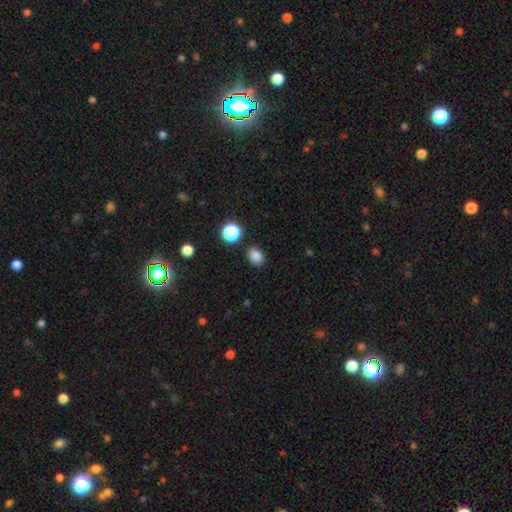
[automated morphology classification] A smooth galaxy with no disk features (83%) that is in between round and cigar-shaped (59%). Merging: none (87%).